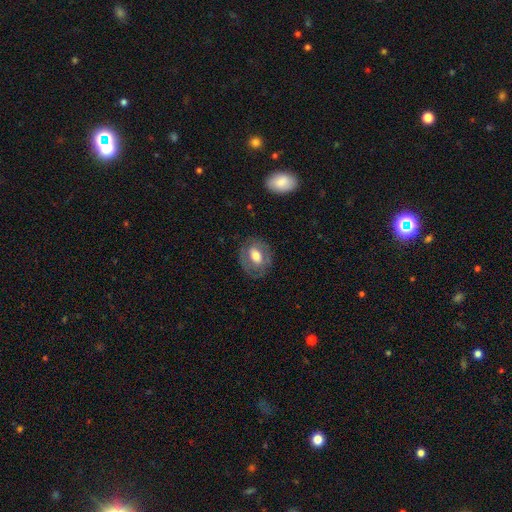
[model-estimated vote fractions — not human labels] Overall: smooth (52%; featured or disk 40%). How rounded: in between (58%; round 40%). Merging: none (78%).